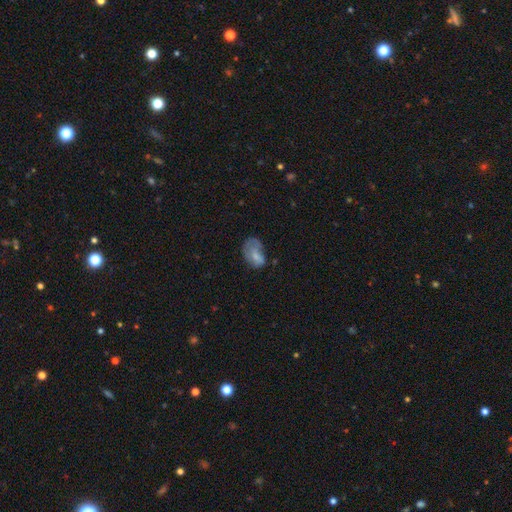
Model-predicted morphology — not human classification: Smooth or featured: smooth — 62% (featured or disk — 29%)
How rounded: in between — 86% (round — 13%)
Merging: major disturbance — 35% (minor disturbance — 31%)